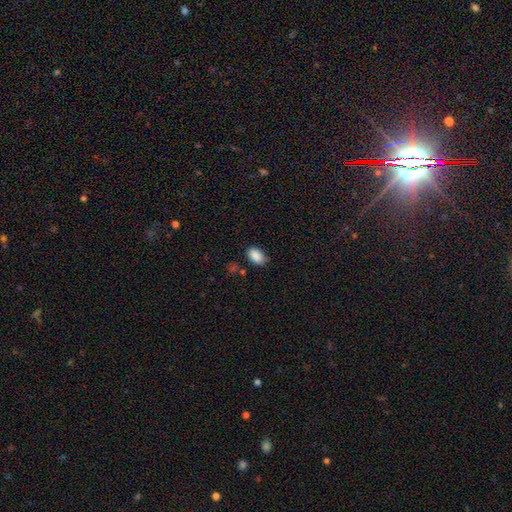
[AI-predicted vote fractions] This is clearly a smooth galaxy (89%). How rounded: clearly in between (92%). Merging: likely none (77%).